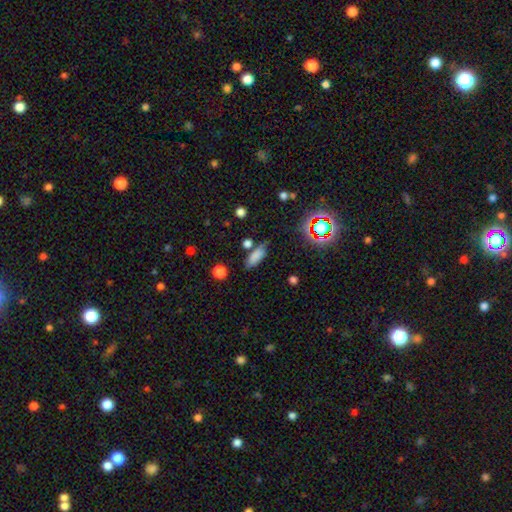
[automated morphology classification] smooth-or-featured: smooth: 78% | star or artifact: 13% | featured or disk: 9%
  how-rounded: in between: 67% | cigar-shaped: 29% | round: 4%
  merging: none: 69% | minor disturbance: 17% | merger: 8% | major disturbance: 5%